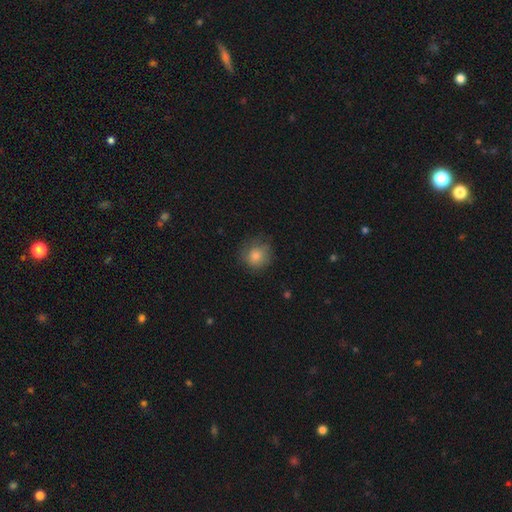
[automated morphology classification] smooth_or_featured: smooth (p=0.77) [alt: featured or disk p=0.13]
how_rounded: round (p=0.88) [alt: in between p=0.11]
merging: none (p=0.73) [alt: minor disturbance p=0.19]